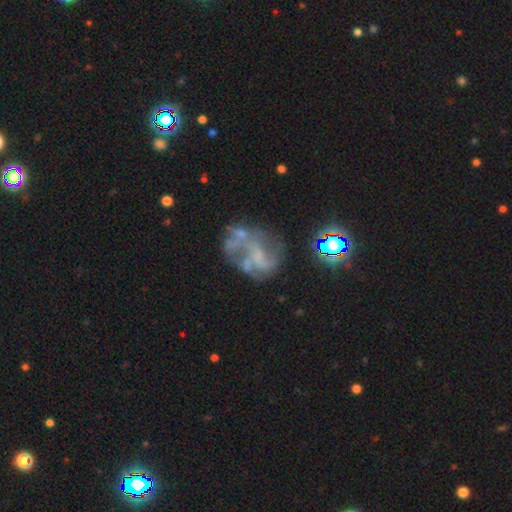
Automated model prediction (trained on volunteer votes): smooth_or_featured: featured or disk (p=0.65) [alt: star or artifact p=0.20]
disk_edge_on: no (p=0.98) [alt: yes p=0.02]
bar: no (p=0.69) [alt: weak p=0.23]
has_spiral_arms: yes (p=0.52) [alt: no p=0.48]
bulge_size: none (p=0.68) [alt: small p=0.17]
merging: none (p=0.45) [alt: major disturbance p=0.27]